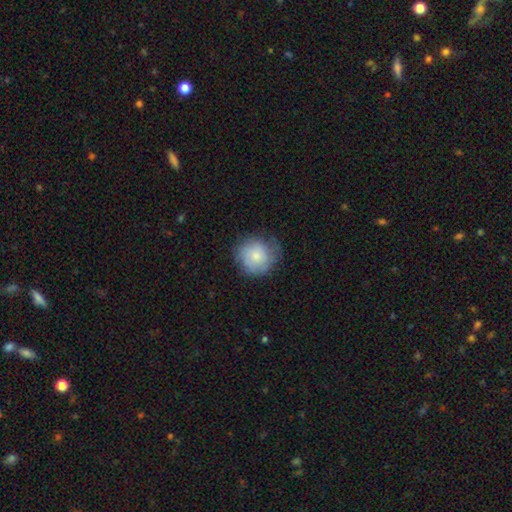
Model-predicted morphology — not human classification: smooth-or-featured: smooth: 69% | featured or disk: 24% | star or artifact: 7%
  how-rounded: round: 91% | in between: 8% | cigar-shaped: 1%
  merging: none: 66% | minor disturbance: 24% | major disturbance: 9% | merger: 1%